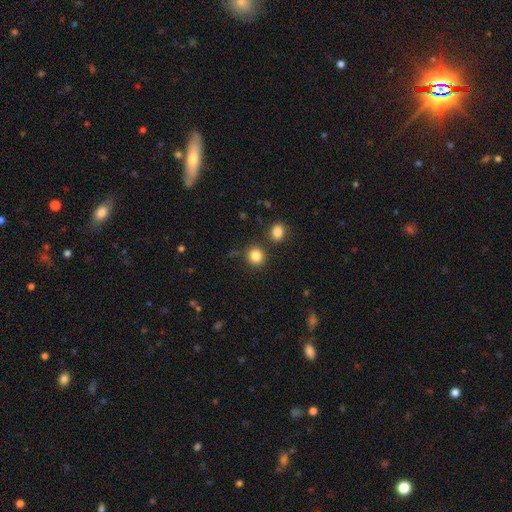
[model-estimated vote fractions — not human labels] smooth 85%, star or artifact 11%, featured or disk 4%. Down the decision tree: how rounded — round (88%); merging — none (82%).